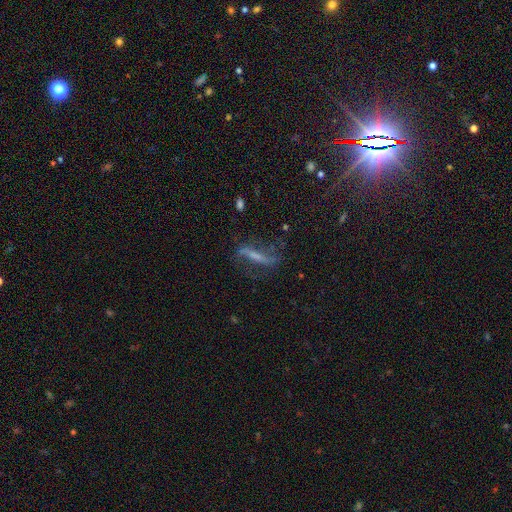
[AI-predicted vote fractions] A featured or disk galaxy (66%). Merging: none (57%).